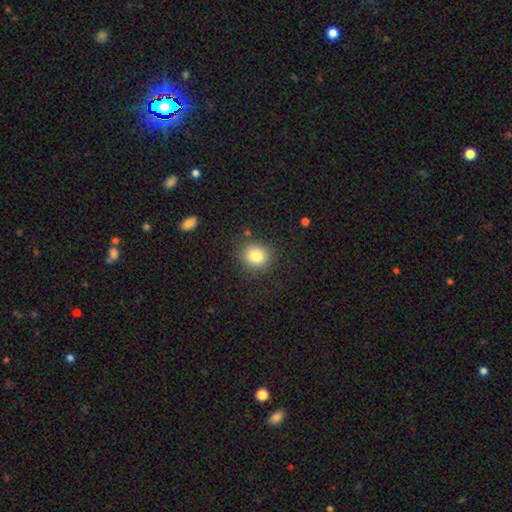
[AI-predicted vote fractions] A smooth galaxy with no disk features (82%) that is round (77%). Merging: none (85%).